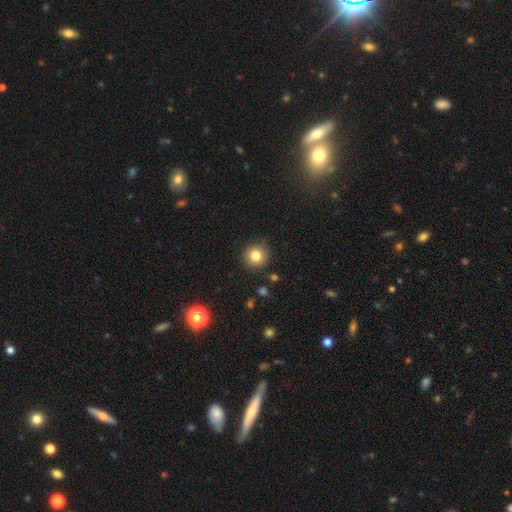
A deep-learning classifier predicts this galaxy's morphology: A smooth galaxy with no disk features (82%) that is round (92%). Merging: none (88%).